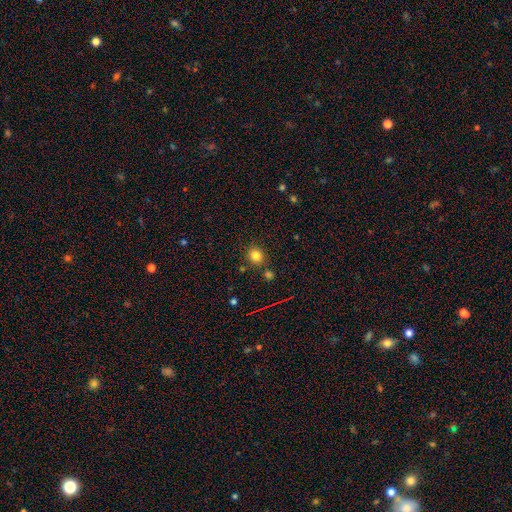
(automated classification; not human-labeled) A smooth galaxy with no disk features (81%) that is round (83%).

Vote fractions:
- Smooth or featured? smooth: 81% / star or artifact: 13% / featured or disk: 6%
- How rounded? round: 83% / in between: 16% / cigar-shaped: 1%
- Merging? none: 80% / minor disturbance: 9% / merger: 8% / major disturbance: 3%